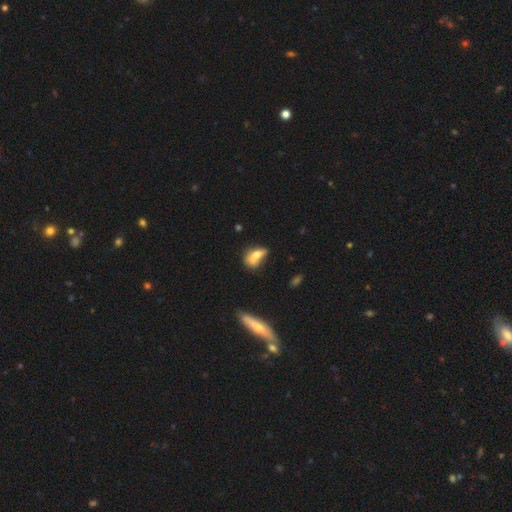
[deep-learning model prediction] Smooth or featured? Predicted: smooth (p=0.61). How rounded? Predicted: in between (p=0.72). Merging? Predicted: merger (p=0.42).